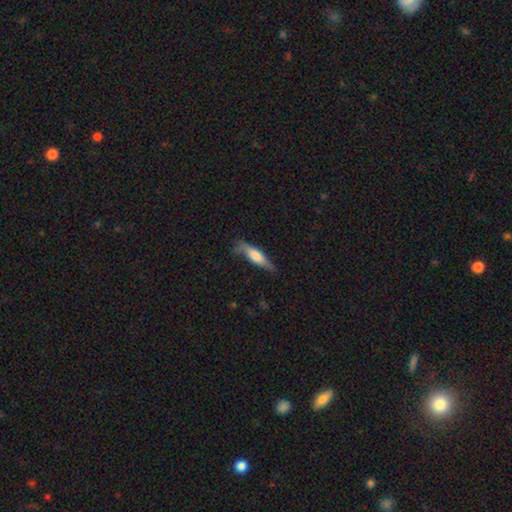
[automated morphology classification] Smooth or featured: smooth — 62% (featured or disk — 32%)
How rounded: cigar-shaped — 72% (in between — 26%)
Merging: none — 67% (minor disturbance — 25%)